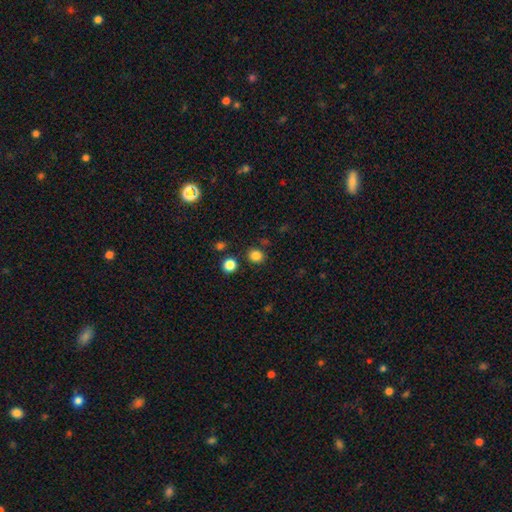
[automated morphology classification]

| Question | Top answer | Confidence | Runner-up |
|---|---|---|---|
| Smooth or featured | smooth | 84% | star or artifact (13%) |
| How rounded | round | 74% | in between (25%) |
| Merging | none | 83% | minor disturbance (9%) |